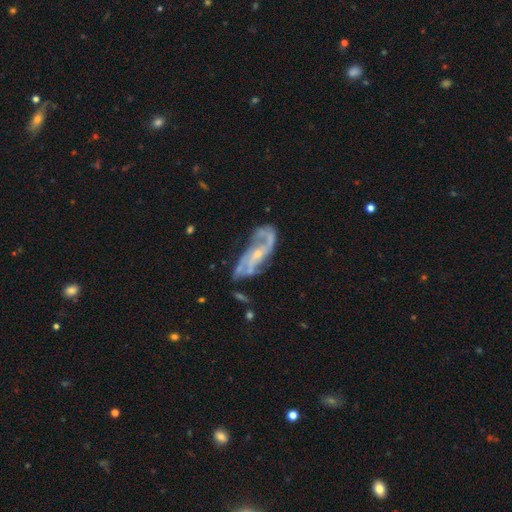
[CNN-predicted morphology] smooth_or_featured: featured or disk (p=0.85) [alt: smooth p=0.08]
disk_edge_on: no (p=0.92) [alt: yes p=0.08]
bar: no (p=0.53) [alt: weak p=0.33]
has_spiral_arms: yes (p=0.93) [alt: no p=0.07]
spiral_winding: medium (p=0.44) [alt: loose p=0.32]
spiral_arm_count: 2 (p=0.54) [alt: 3 p=0.17]
bulge_size: small (p=0.72) [alt: moderate p=0.23]
merging: none (p=0.54) [alt: minor disturbance p=0.24]